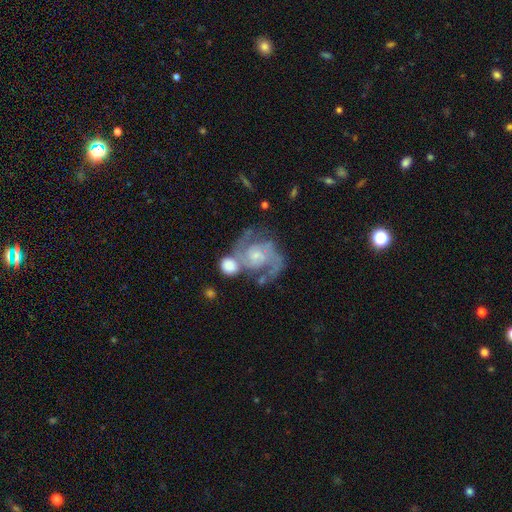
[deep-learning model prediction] smooth_or_featured: featured or disk (p=0.89) [alt: star or artifact p=0.05]
disk_edge_on: no (p=0.98) [alt: yes p=0.02]
bar: no (p=0.64) [alt: weak p=0.29]
has_spiral_arms: yes (p=0.97) [alt: no p=0.03]
spiral_winding: medium (p=0.55) [alt: tight p=0.29]
spiral_arm_count: 2 (p=0.86) [alt: 3 p=0.05]
bulge_size: small (p=0.62) [alt: moderate p=0.27]
merging: none (p=0.51) [alt: merger p=0.22]